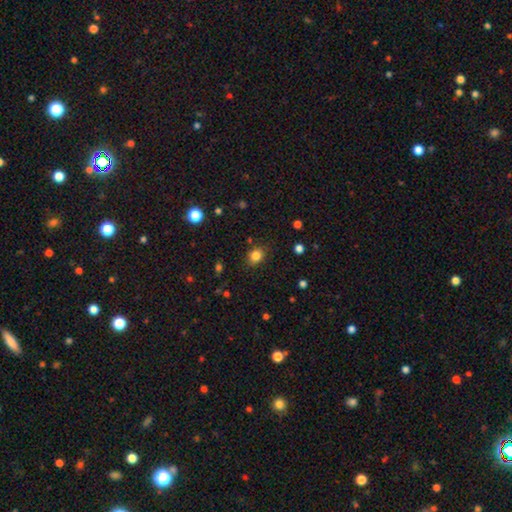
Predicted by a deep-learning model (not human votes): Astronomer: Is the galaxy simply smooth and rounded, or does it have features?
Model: smooth — 83%.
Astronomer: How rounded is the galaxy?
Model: round — 57% (runner-up: in between, 42%).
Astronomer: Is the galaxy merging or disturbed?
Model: none — 83%.